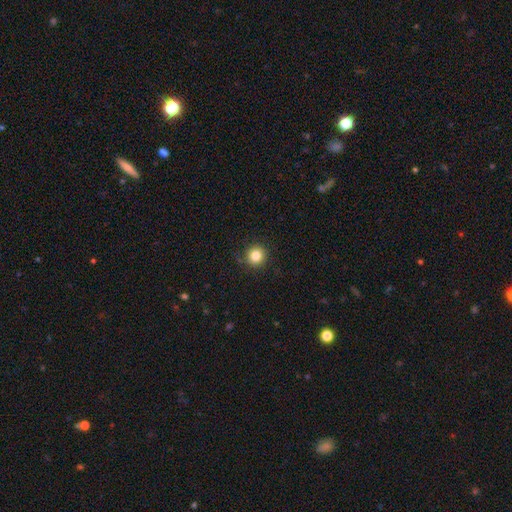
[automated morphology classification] A smooth galaxy with no disk features (83%) that is round (93%).

Vote fractions:
- Smooth or featured? smooth: 83% / star or artifact: 11% / featured or disk: 5%
- How rounded? round: 93% / in between: 6% / cigar-shaped: 1%
- Merging? none: 88% / minor disturbance: 8% / major disturbance: 2% / merger: 1%